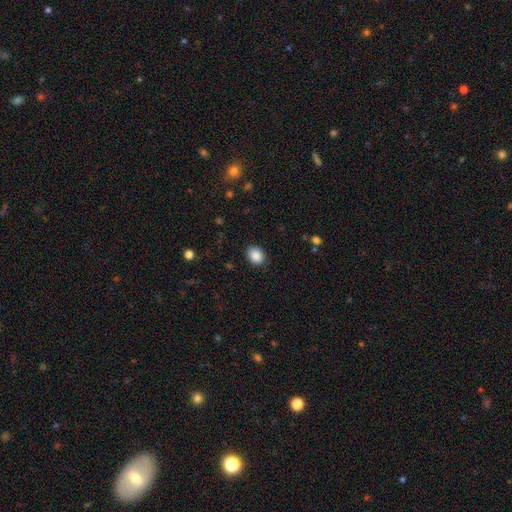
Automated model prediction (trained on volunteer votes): smooth 88%, star or artifact 8%, featured or disk 3%. Down the decision tree: how rounded — in between (58%); merging — none (89%).